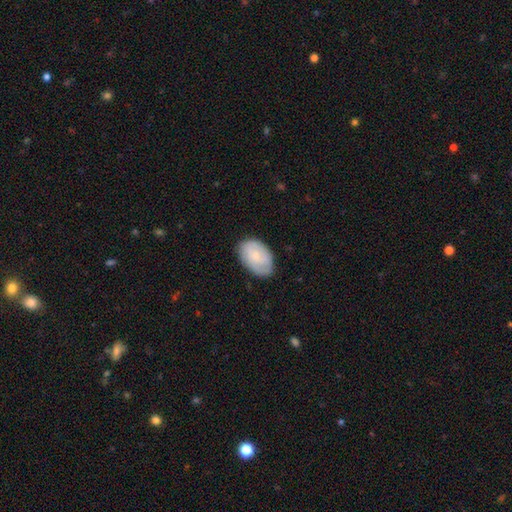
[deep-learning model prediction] smooth_or_featured: smooth (p=0.59) [alt: featured or disk p=0.34]
how_rounded: in between (p=0.90) [alt: round p=0.09]
merging: none (p=0.77) [alt: minor disturbance p=0.18]